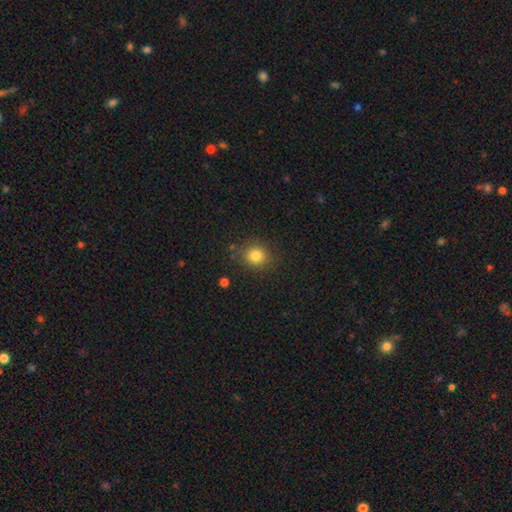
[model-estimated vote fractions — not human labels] Smooth or featured? Predicted: smooth (p=0.82). How rounded? Predicted: round (p=0.84). Merging? Predicted: none (p=0.84).